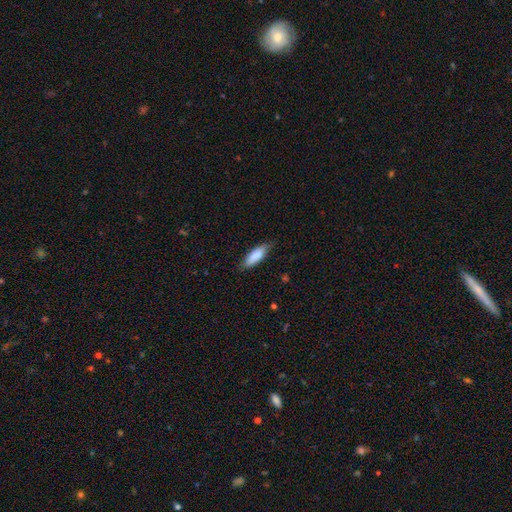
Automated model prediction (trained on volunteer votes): A smooth galaxy with no disk features (84%) that is in between round and cigar-shaped (59%).

Vote fractions:
- Smooth or featured? smooth: 84% / featured or disk: 11% / star or artifact: 6%
- How rounded? in between: 59% / cigar-shaped: 39% / round: 2%
- Merging? none: 71% / minor disturbance: 24% / major disturbance: 4% / merger: 1%